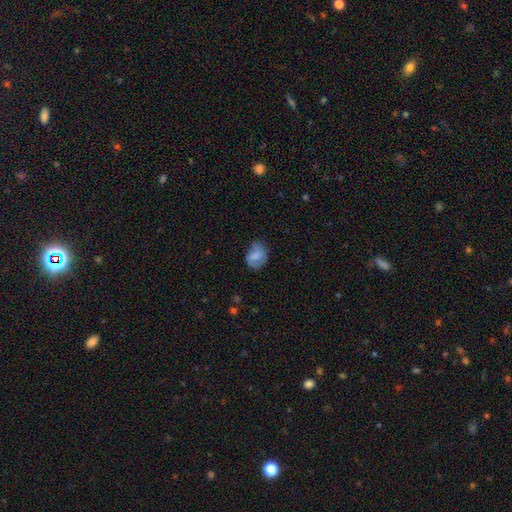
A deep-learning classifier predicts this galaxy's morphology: This appears to be a smooth galaxy with no disk features (56%) that is in between round and cigar-shaped (57%). Merging: none (54%).